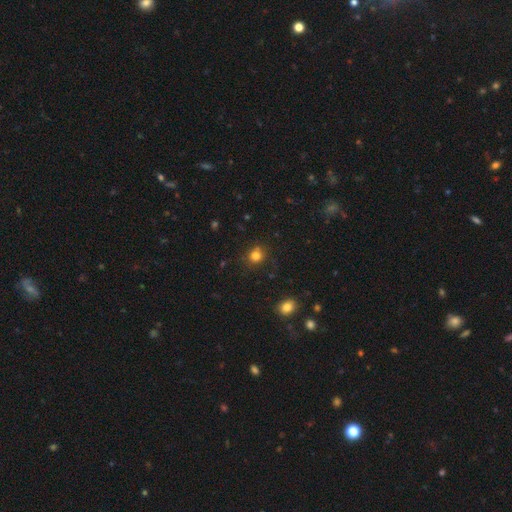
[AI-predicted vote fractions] Morphology: type=smooth (80%); roundness=round (81%); merging=none (80%).